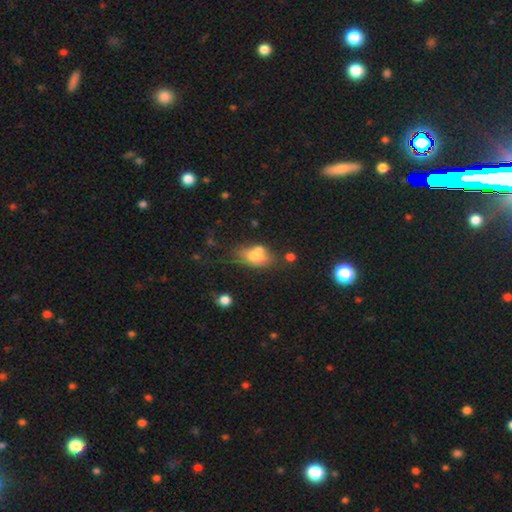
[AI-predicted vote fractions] Overall: smooth (69%). How rounded: in between (85%). Merging: none (44%; merger 28%).